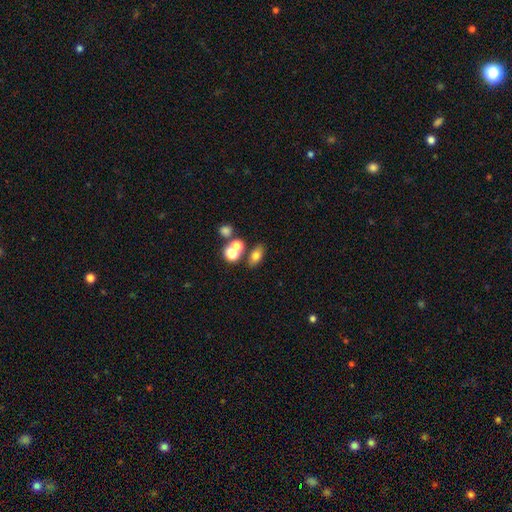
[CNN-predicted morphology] smooth-or-featured: smooth: 70% | featured or disk: 17% | star or artifact: 13%
  how-rounded: in between: 73% | round: 23% | cigar-shaped: 4%
  merging: none: 61% | merger: 25% | minor disturbance: 10% | major disturbance: 4%